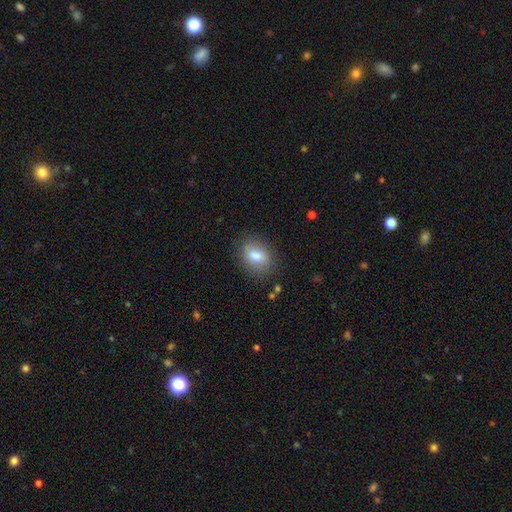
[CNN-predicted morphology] smooth-or-featured: smooth: 78% | featured or disk: 13% | star or artifact: 9%
  how-rounded: in between: 67% | round: 32% | cigar-shaped: 2%
  merging: none: 83% | minor disturbance: 12% | major disturbance: 3% | merger: 2%